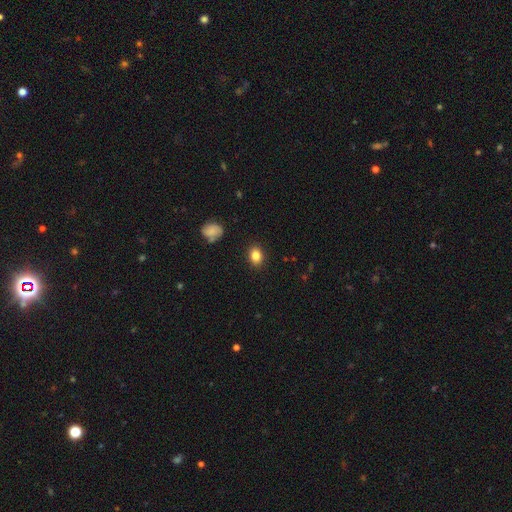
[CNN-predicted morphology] Overall: smooth (84%). How rounded: in between (63%; round 36%). Merging: none (88%).